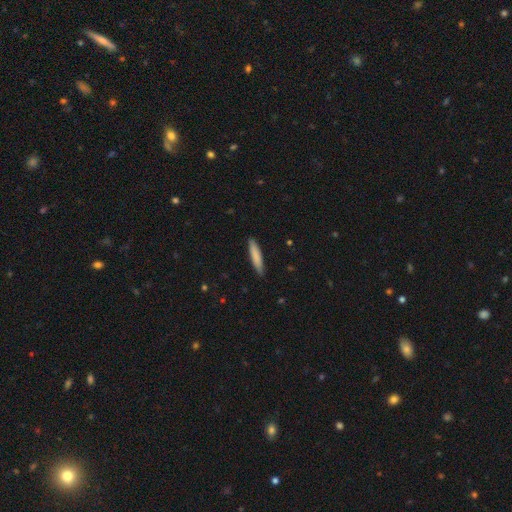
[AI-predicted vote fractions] smooth-or-featured: smooth: 82% | featured or disk: 13% | star or artifact: 6%
  how-rounded: cigar-shaped: 87% | in between: 11% | round: 1%
  merging: none: 87% | minor disturbance: 10% | major disturbance: 2% | merger: 1%